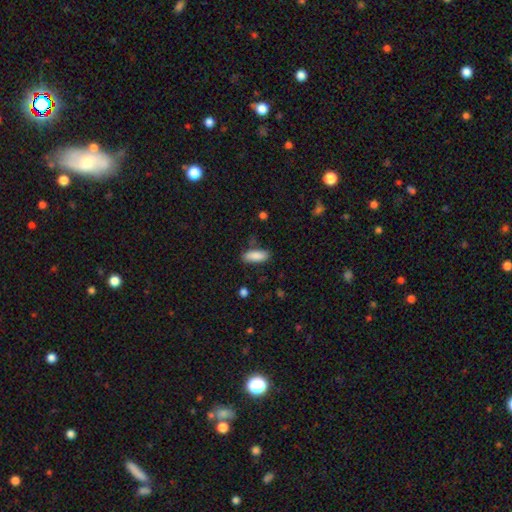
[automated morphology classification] Smooth or featured? smooth (87%)
How rounded? in between (75%)
Merging? none (75%)